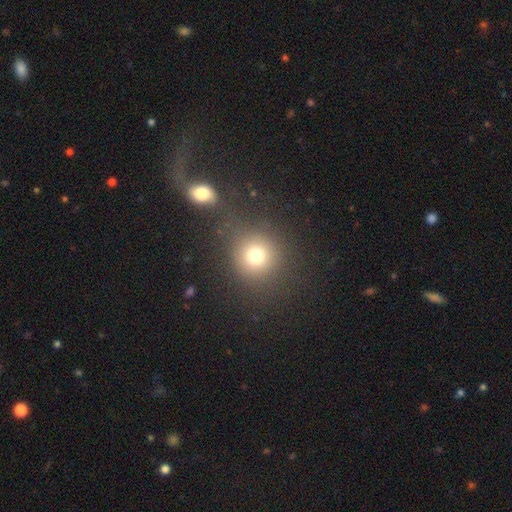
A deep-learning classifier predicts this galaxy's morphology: Smooth or featured? Predicted: smooth (p=0.75). How rounded? Predicted: round (p=0.90). Merging? Predicted: none (p=0.75).